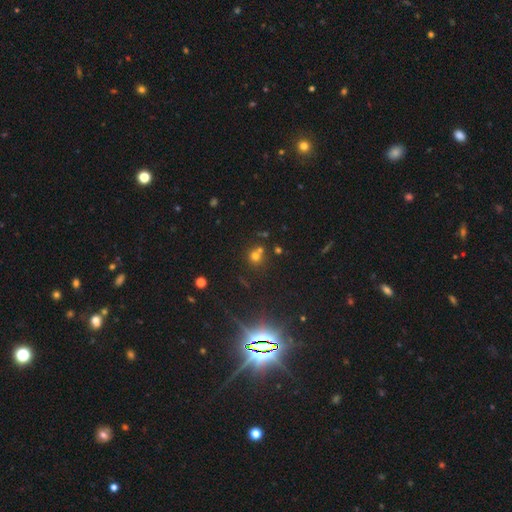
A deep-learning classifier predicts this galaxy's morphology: smooth-or-featured: smooth: 60% | star or artifact: 29% | featured or disk: 11%
  how-rounded: round: 87% | in between: 12% | cigar-shaped: 1%
  merging: none: 57% | merger: 32% | minor disturbance: 8% | major disturbance: 3%